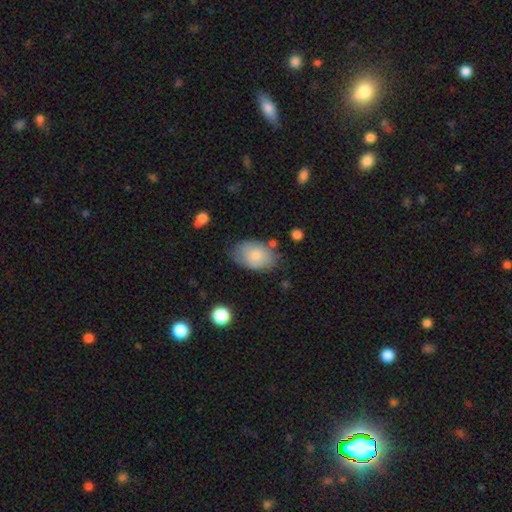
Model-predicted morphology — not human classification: Smooth or featured?
  - smooth: 76% *
  - featured or disk: 18%
  - star or artifact: 7%
How rounded?
  - in between: 87% *
  - round: 12%
  - cigar-shaped: 1%
Merging?
  - none: 66% *
  - minor disturbance: 23%
  - major disturbance: 6%
  - merger: 4%